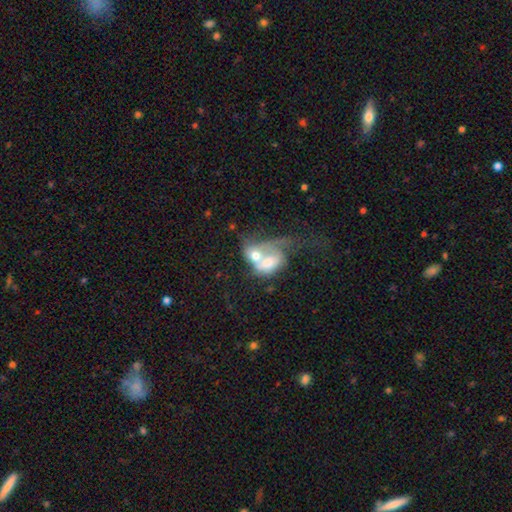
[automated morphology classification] Q: Smooth or featured?
A: smooth (46%); runner-up: featured or disk (45%)
Q: Merging?
A: merger (76%); runner-up: major disturbance (12%)